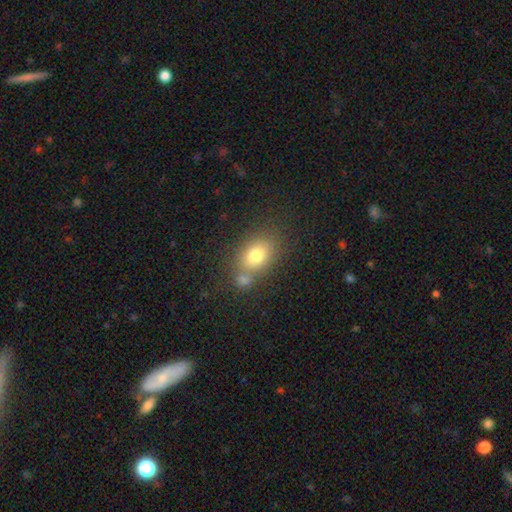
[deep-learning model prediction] This is likely a smooth galaxy (76%). How rounded: likely in between (70%). Merging: possibly none (52%).